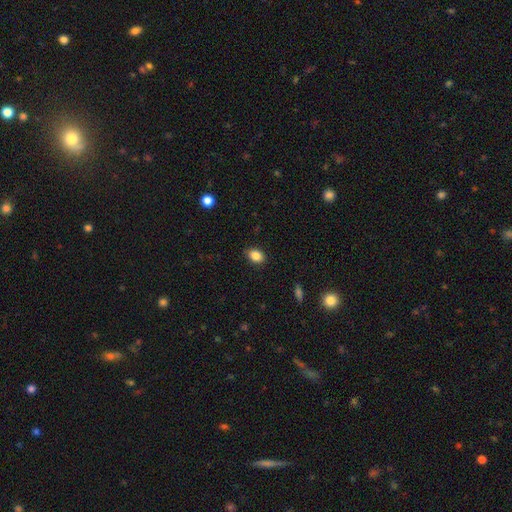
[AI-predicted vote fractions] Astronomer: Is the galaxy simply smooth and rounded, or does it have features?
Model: smooth — 86%.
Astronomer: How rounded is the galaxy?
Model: in between — 76%.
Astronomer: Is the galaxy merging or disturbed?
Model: none — 85%.